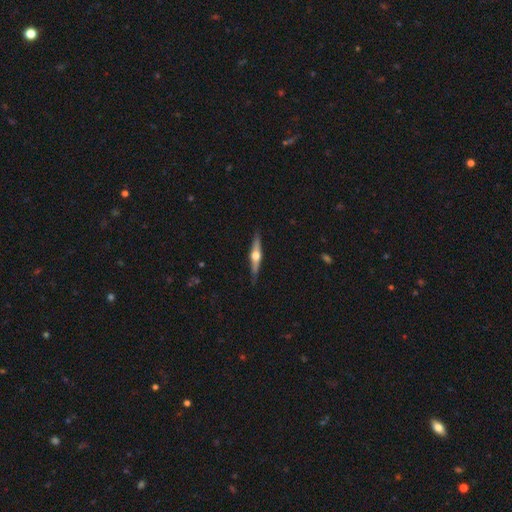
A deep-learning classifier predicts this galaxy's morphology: Smooth or featured? featured or disk (69%)
Edge-on disk? yes (97%)
Edge-on bulge? rounded (95%)
Merging? none (87%)